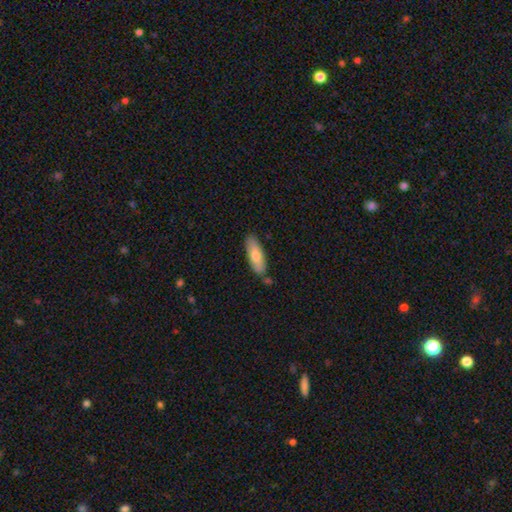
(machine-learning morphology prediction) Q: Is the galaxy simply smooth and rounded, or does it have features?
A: smooth — 68%.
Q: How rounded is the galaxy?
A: in between — 56%.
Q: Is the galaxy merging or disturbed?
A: none — 79%.